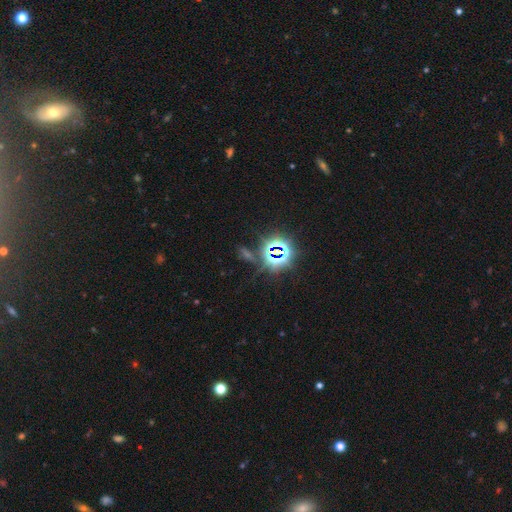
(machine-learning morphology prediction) type=star or artifact (81%).